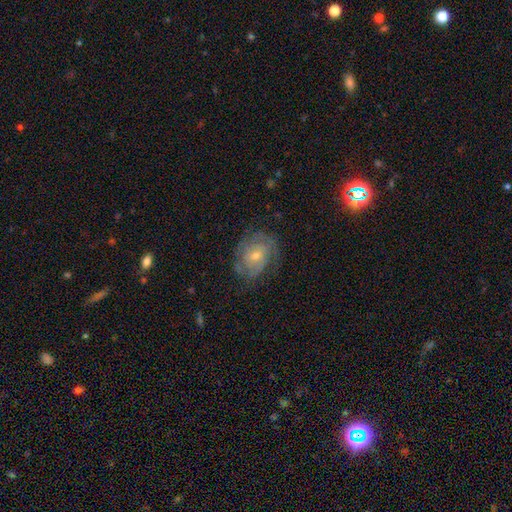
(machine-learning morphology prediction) Overall: featured or disk (70%). Edge-on disk: no (97%). Bar: no (69%). Spiral arms: yes (87%). Spiral arm count: can't tell (44%; 2 25%). Spiral winding: tight (60%; medium 31%). Bulge size: small (52%; moderate 43%). Merging: none (70%).